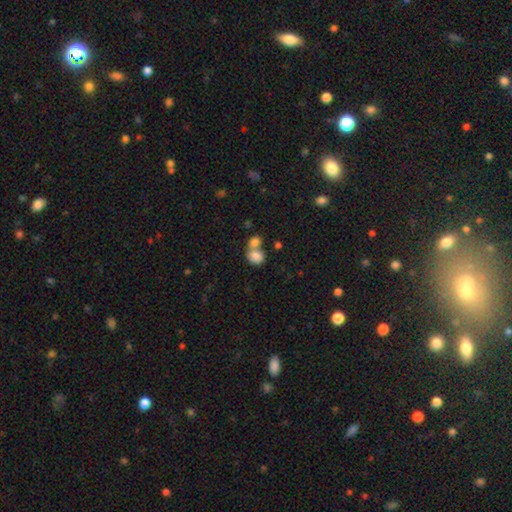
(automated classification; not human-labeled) smooth 83%, star or artifact 9%, featured or disk 8%. Down the decision tree: how rounded — round (63%); merging — merger (55%).